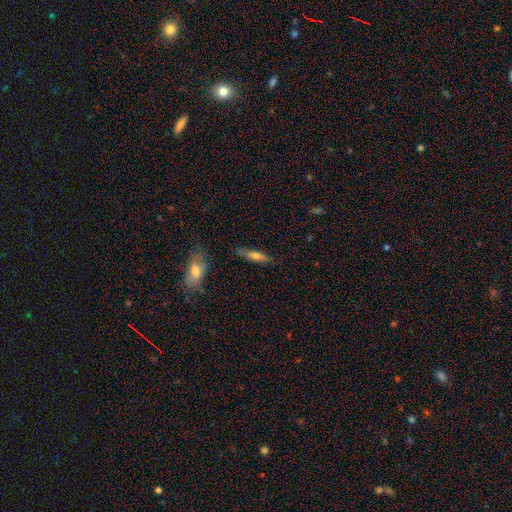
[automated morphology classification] Overall: smooth (56%; featured or disk 37%). How rounded: cigar-shaped (70%). Merging: none (81%).